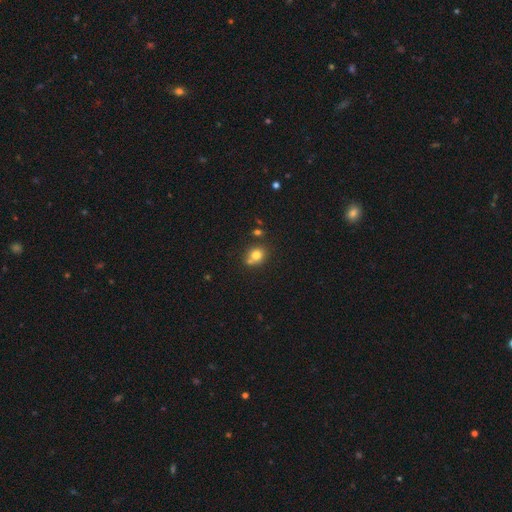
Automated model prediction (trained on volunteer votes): Smooth or featured? Predicted: smooth (p=0.77). How rounded? Predicted: round (p=0.75). Merging? Predicted: none (p=0.58).